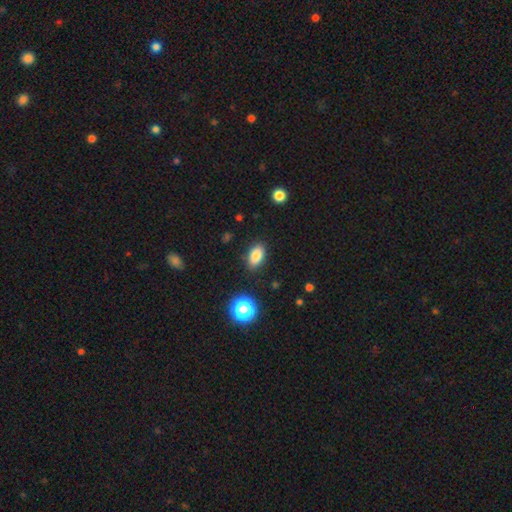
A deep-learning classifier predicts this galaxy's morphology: Smooth or featured: smooth — 85% (star or artifact — 10%)
How rounded: in between — 89% (round — 7%)
Merging: none — 87% (minor disturbance — 9%)